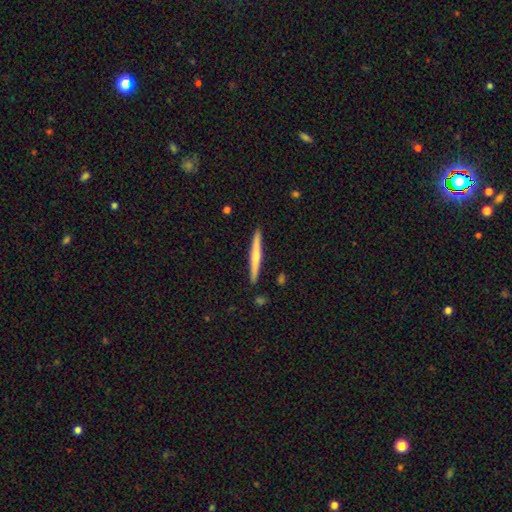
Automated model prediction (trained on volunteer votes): Smooth or featured?
  - smooth: 51% *
  - featured or disk: 44%
  - star or artifact: 5%
How rounded?
  - cigar-shaped: 96% *
  - in between: 3%
  - round: 1%
Merging?
  - none: 91% *
  - minor disturbance: 6%
  - merger: 1%
  - major disturbance: 1%